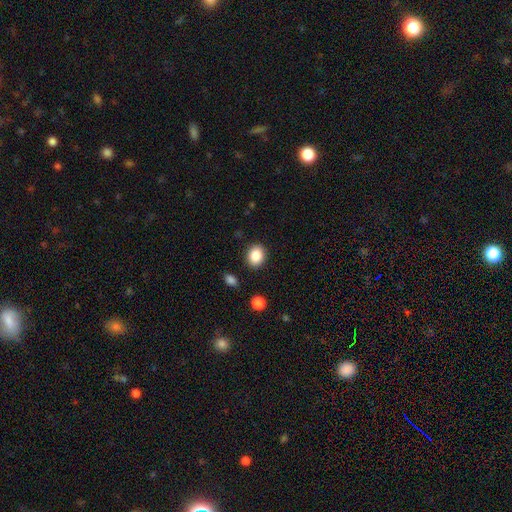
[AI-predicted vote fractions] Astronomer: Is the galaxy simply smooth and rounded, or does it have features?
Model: smooth — 87%.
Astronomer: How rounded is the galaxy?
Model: round — 53% (runner-up: in between, 46%).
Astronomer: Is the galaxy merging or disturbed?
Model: none — 88%.